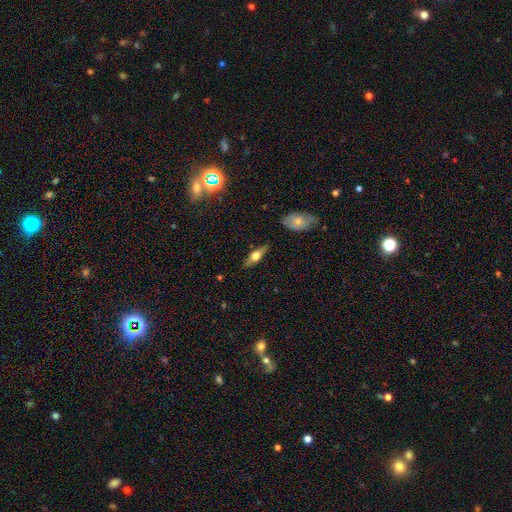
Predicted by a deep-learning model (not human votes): Overall: featured or disk (59%; smooth 34%). Edge-on disk: yes (92%). Edge-on bulge: rounded (93%). Merging: none (86%).